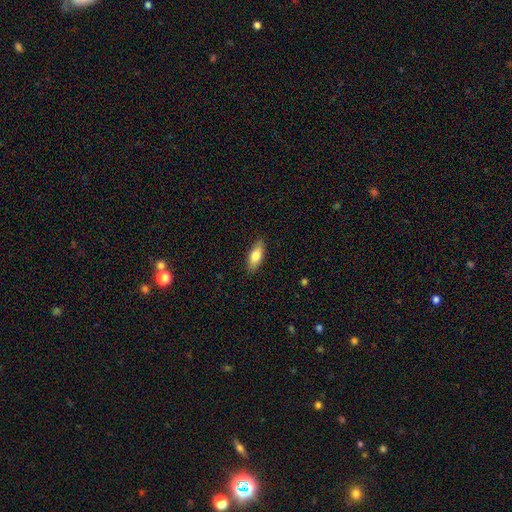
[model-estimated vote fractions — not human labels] Smooth or featured?
  - smooth: 76% *
  - featured or disk: 18%
  - star or artifact: 6%
How rounded?
  - in between: 74% *
  - cigar-shaped: 24%
  - round: 3%
Merging?
  - none: 88% *
  - minor disturbance: 9%
  - major disturbance: 2%
  - merger: 1%